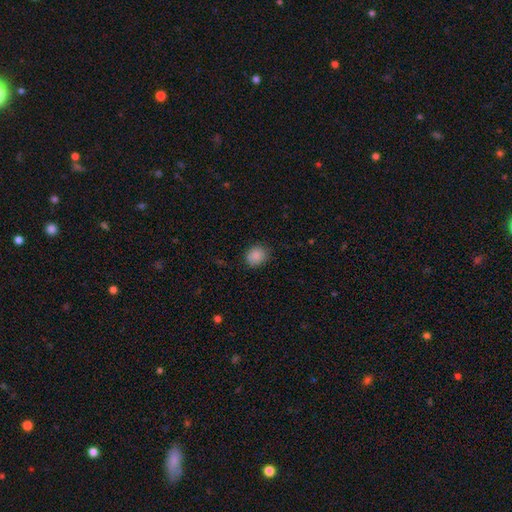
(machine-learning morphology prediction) Q: Smooth or featured?
A: smooth (87%); runner-up: star or artifact (9%)
Q: How rounded?
A: round (72%); runner-up: in between (27%)
Q: Merging?
A: none (84%); runner-up: minor disturbance (12%)